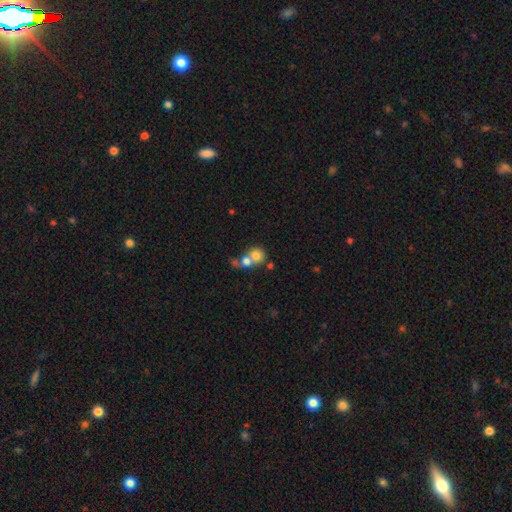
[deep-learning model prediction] This appears to be a smooth galaxy with no disk features (72%) that is round (78%). Merging: merger (65%).